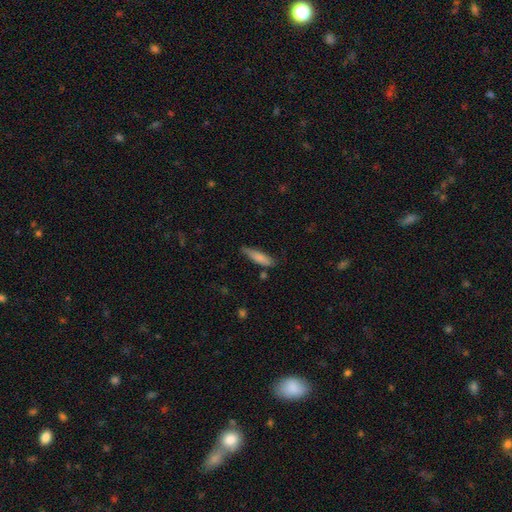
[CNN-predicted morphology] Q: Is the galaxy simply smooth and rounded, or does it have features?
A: smooth — 72%.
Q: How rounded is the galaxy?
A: cigar-shaped — 78%.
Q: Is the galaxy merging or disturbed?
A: none — 75%.